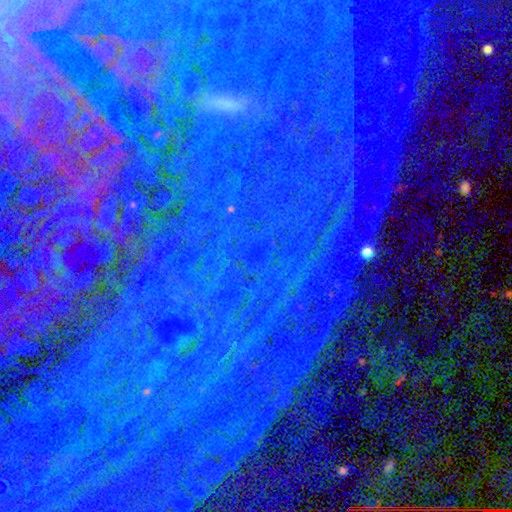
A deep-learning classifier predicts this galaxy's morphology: smooth-or-featured: star or artifact: 82% | smooth: 9% | featured or disk: 8%